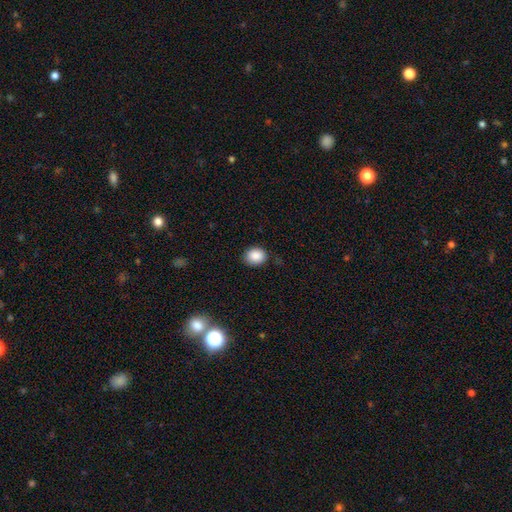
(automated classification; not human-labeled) Smooth or featured? Predicted: smooth (p=0.88). How rounded? Predicted: round (p=0.52). Merging? Predicted: none (p=0.83).